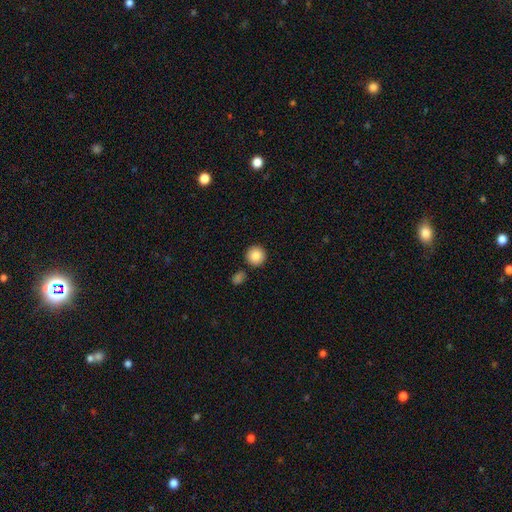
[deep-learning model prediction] Smooth or featured? Predicted: smooth (p=0.86). How rounded? Predicted: round (p=0.95). Merging? Predicted: none (p=0.88).